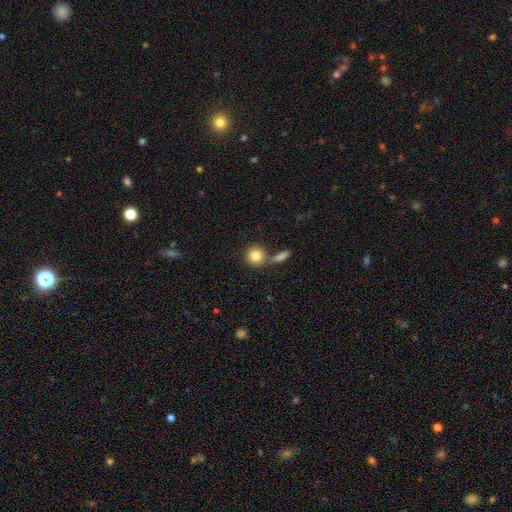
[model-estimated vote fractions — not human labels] This appears to be a smooth galaxy with no disk features (83%) that is round (89%). Merging: none (65%).